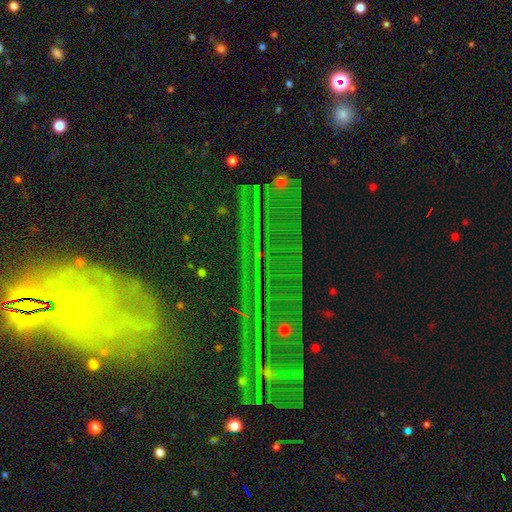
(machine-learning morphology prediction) This appears to be a star or artifact, not a galaxy (60%).